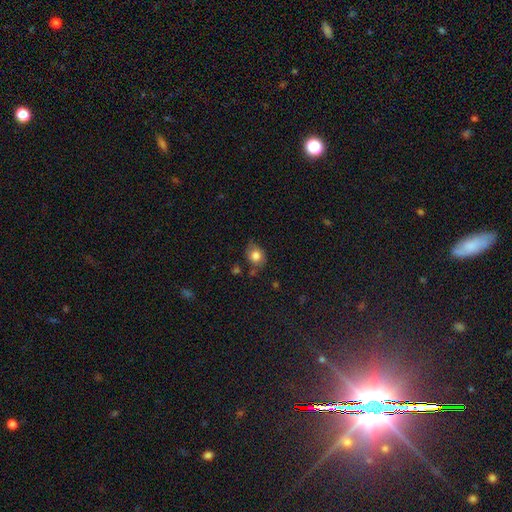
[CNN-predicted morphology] Q: Smooth or featured?
A: smooth (79%); runner-up: featured or disk (12%)
Q: How rounded?
A: round (50%); runner-up: in between (49%)
Q: Merging?
A: none (63%); runner-up: minor disturbance (26%)